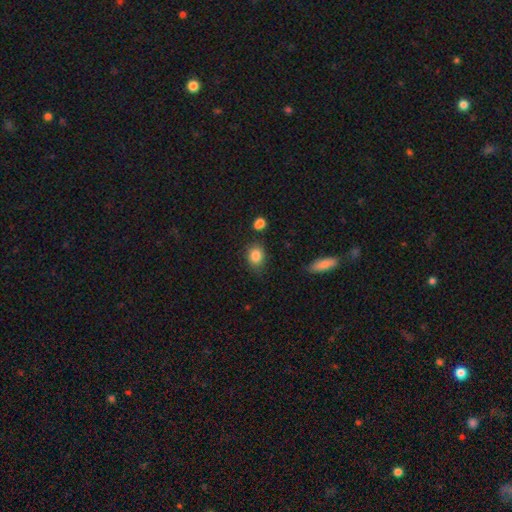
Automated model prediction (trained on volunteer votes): Smooth or featured: smooth — 85% (star or artifact — 9%)
How rounded: in between — 50% (round — 48%)
Merging: none — 75% (minor disturbance — 17%)